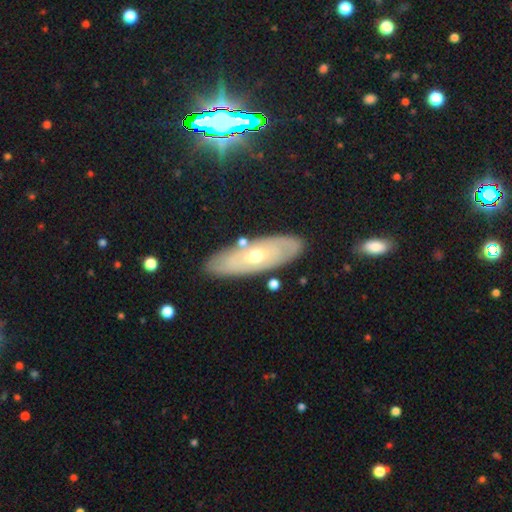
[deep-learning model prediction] Q: Smooth or featured?
A: featured or disk (59%); runner-up: smooth (33%)
Q: Edge-on disk?
A: no (73%); runner-up: yes (27%)
Q: Merging?
A: none (84%); runner-up: minor disturbance (11%)